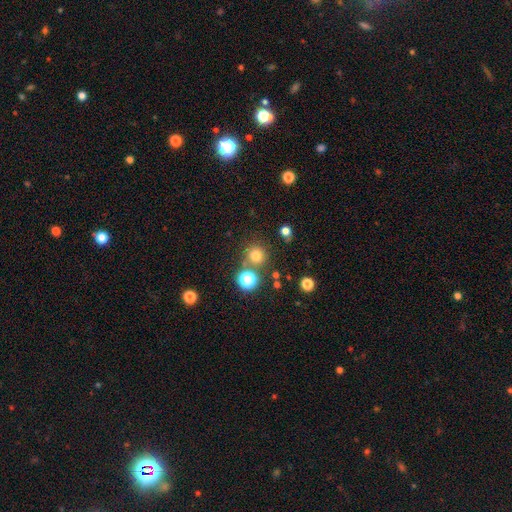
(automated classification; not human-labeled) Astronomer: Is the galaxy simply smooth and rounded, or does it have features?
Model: smooth — 74%.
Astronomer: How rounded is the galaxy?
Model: round — 92%.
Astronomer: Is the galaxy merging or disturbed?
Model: none — 75%.